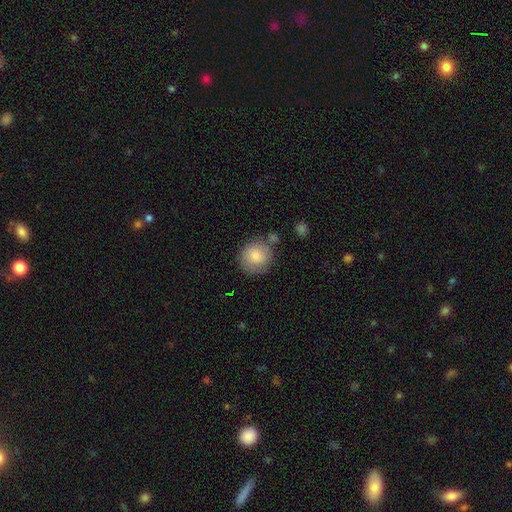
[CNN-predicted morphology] Q: Smooth or featured?
A: smooth (83%); runner-up: featured or disk (11%)
Q: How rounded?
A: round (86%); runner-up: in between (13%)
Q: Merging?
A: none (71%); runner-up: minor disturbance (17%)